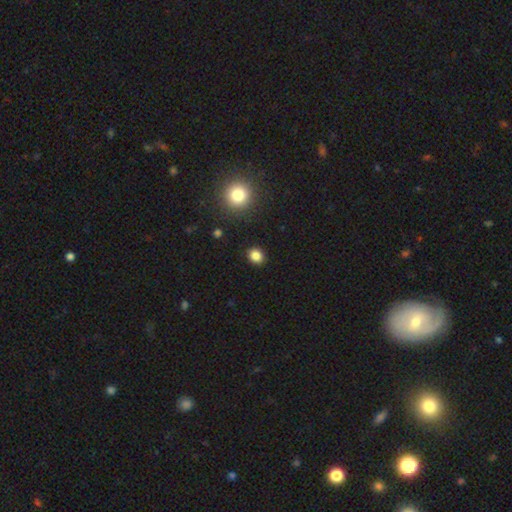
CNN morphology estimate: A smooth galaxy with no disk features (84%) that is round (71%).

Vote fractions:
- Smooth or featured? smooth: 84% / star or artifact: 12% / featured or disk: 4%
- How rounded? round: 71% / in between: 28% / cigar-shaped: 1%
- Merging? none: 90% / minor disturbance: 6% / major disturbance: 2% / merger: 1%